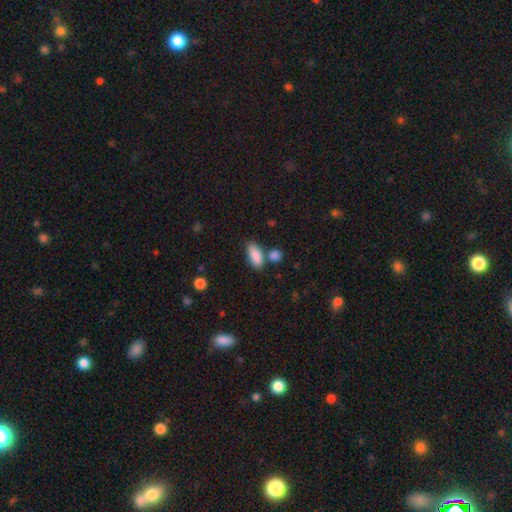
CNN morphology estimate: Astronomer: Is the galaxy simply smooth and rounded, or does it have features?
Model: smooth — 86%.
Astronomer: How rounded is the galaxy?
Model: in between — 87%.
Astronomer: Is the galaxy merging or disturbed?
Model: none — 64%.